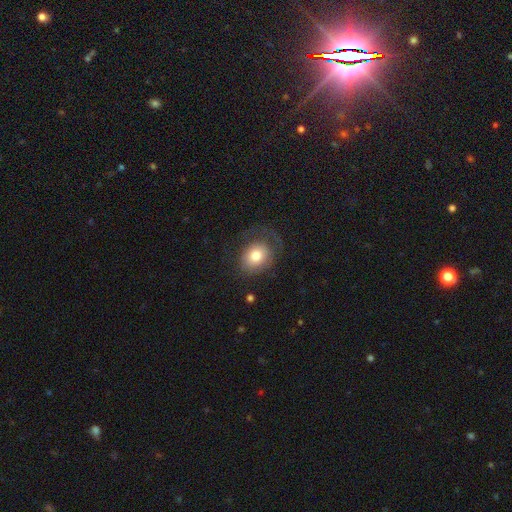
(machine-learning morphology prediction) Smooth or featured?
  - smooth: 71% *
  - featured or disk: 21%
  - star or artifact: 8%
How rounded?
  - round: 53% *
  - in between: 46%
  - cigar-shaped: 1%
Merging?
  - none: 53% *
  - major disturbance: 24%
  - minor disturbance: 21%
  - merger: 2%